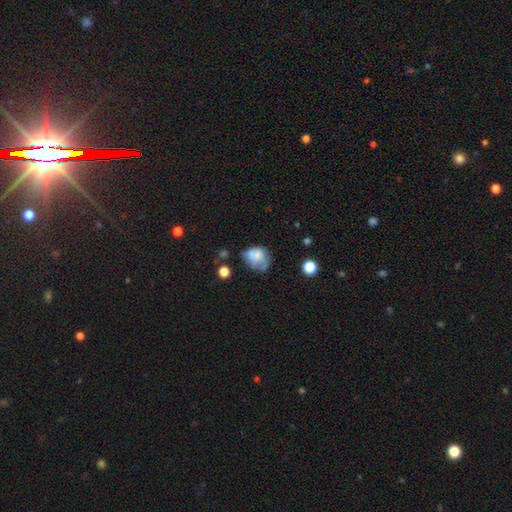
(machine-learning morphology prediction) smooth_or_featured: smooth (p=0.62) [alt: featured or disk p=0.28]
how_rounded: in between (p=0.52) [alt: round p=0.47]
merging: none (p=0.33) [alt: minor disturbance p=0.31]